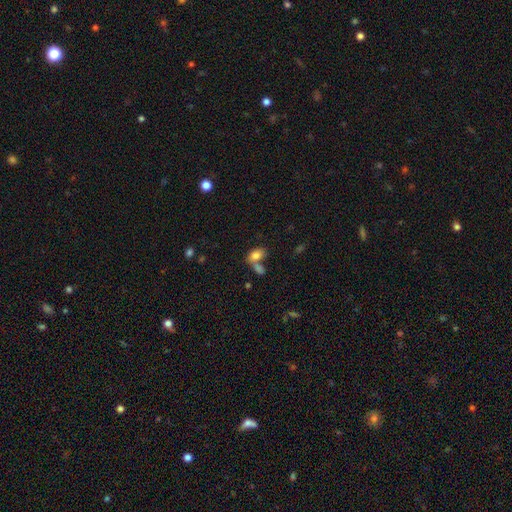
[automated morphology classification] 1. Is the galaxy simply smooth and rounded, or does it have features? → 80% smooth, 11% featured or disk, 9% star or artifact.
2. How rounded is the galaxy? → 89% in between, 9% round, 2% cigar-shaped.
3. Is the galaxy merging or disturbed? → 44% none, 38% merger, 12% minor disturbance, 5% major disturbance.